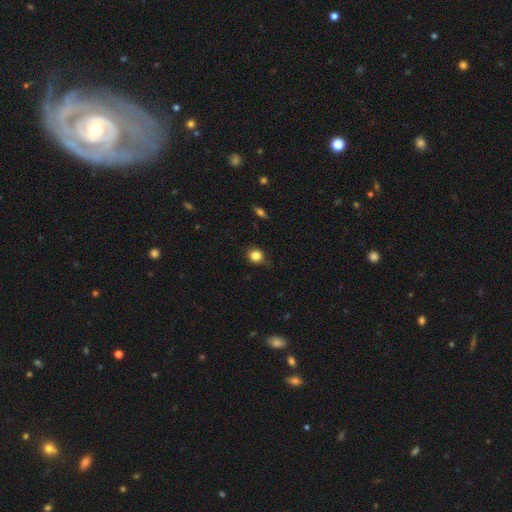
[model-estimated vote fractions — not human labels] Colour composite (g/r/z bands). It shows a smooth galaxy with no disk features (84%) that is round (78%). Merging: none (80%).